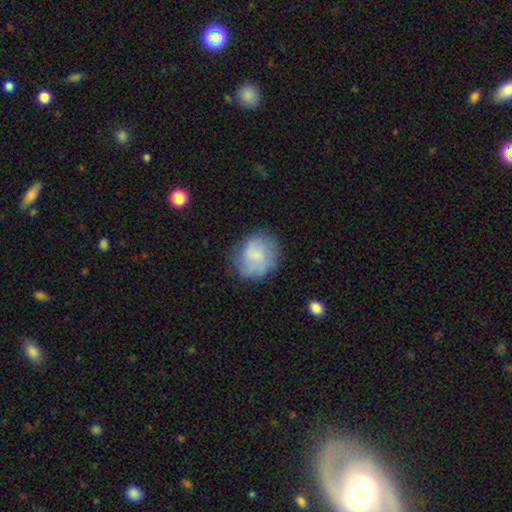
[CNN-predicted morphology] smooth-or-featured: smooth: 59% | featured or disk: 33% | star or artifact: 8%
  how-rounded: round: 71% | in between: 28% | cigar-shaped: 1%
  merging: none: 66% | minor disturbance: 22% | major disturbance: 9% | merger: 2%